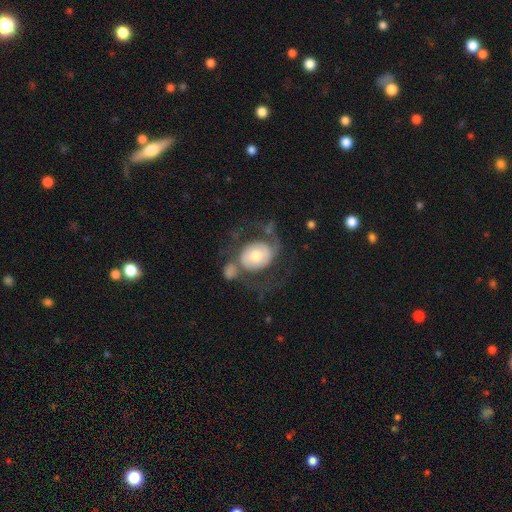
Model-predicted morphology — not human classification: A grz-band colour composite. It shows a featured or disk galaxy (63%) with no bar (73%), spiral arms (68%) and a moderate central bulge (66%). Merging: none (36%).